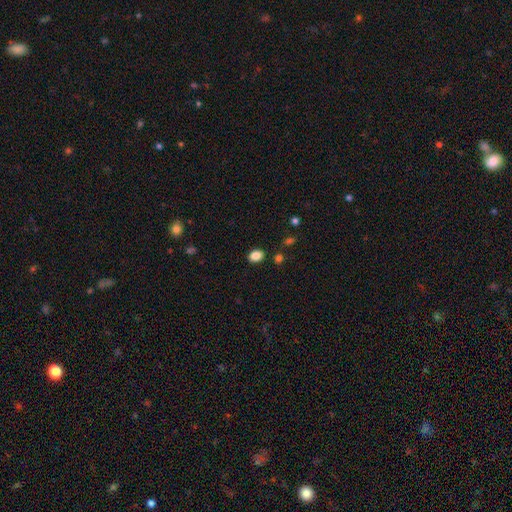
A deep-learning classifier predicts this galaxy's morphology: Smooth or featured? Predicted: smooth (p=0.86). How rounded? Predicted: in between (p=0.72). Merging? Predicted: none (p=0.86).